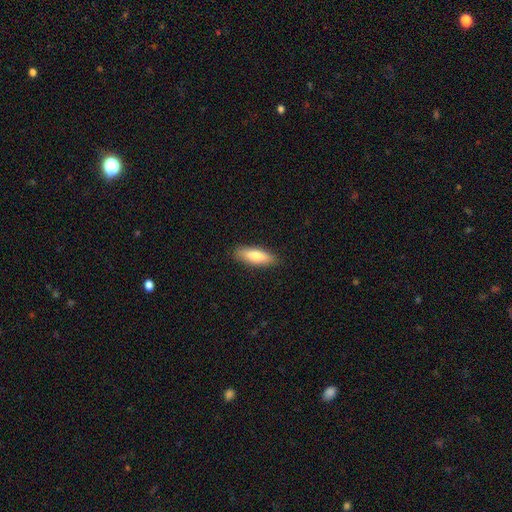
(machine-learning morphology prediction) smooth 79%, featured or disk 15%, star or artifact 6%. Down the decision tree: how rounded — in between (60%); merging — none (87%).